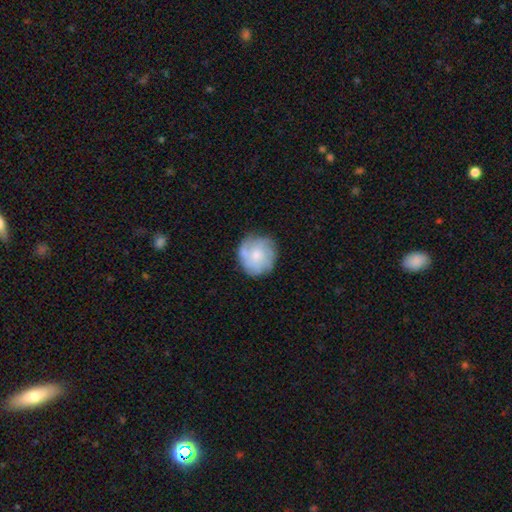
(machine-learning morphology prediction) Q: Smooth or featured?
A: smooth (50%); runner-up: featured or disk (43%)
Q: Merging?
A: none (73%); runner-up: minor disturbance (18%)